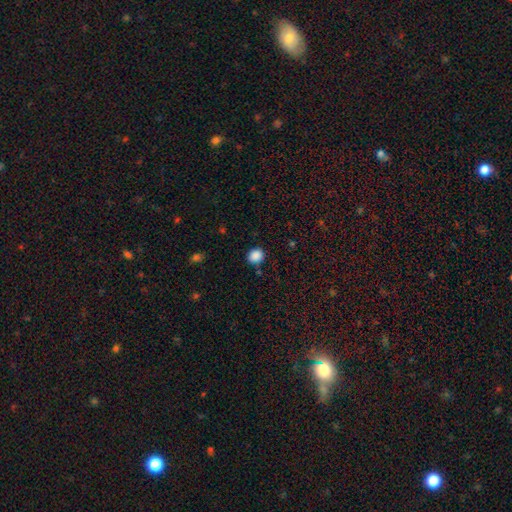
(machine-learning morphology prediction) Smooth or featured? Predicted: smooth (p=0.87). How rounded? Predicted: round (p=0.77). Merging? Predicted: none (p=0.86).